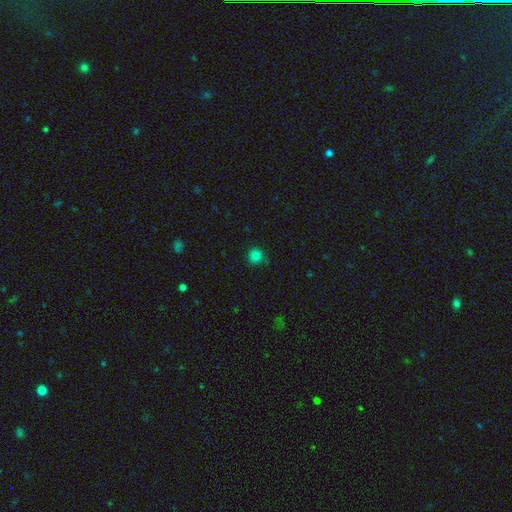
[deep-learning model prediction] A smooth galaxy with no disk features (83%) that is round (94%).

Vote fractions:
- Smooth or featured? smooth: 83% / star or artifact: 14% / featured or disk: 3%
- How rounded? round: 94% / in between: 5% / cigar-shaped: 1%
- Merging? none: 88% / minor disturbance: 8% / major disturbance: 2% / merger: 1%